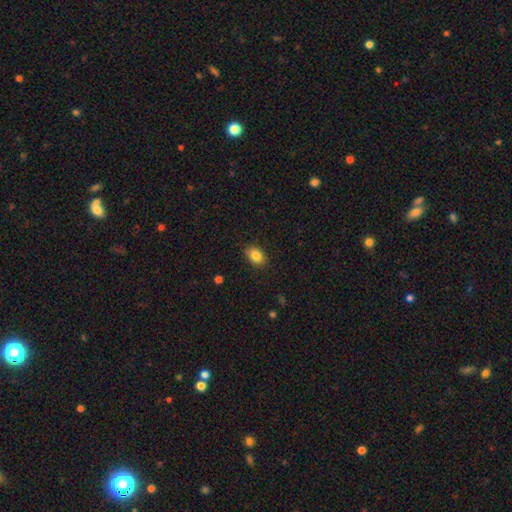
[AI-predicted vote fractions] Smooth or featured? smooth (85%)
How rounded? in between (76%)
Merging? none (85%)